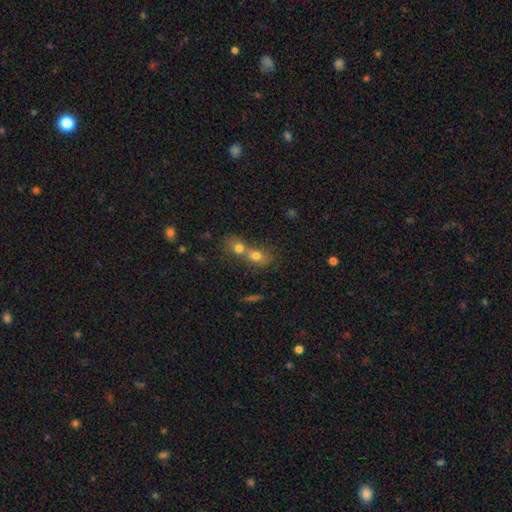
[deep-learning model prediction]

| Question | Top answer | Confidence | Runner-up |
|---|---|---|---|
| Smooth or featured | smooth | 71% | featured or disk (16%) |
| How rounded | round | 55% | in between (42%) |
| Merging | merger | 72% | none (20%) |